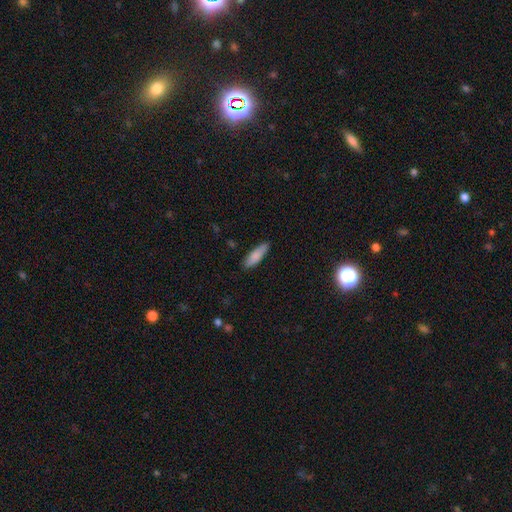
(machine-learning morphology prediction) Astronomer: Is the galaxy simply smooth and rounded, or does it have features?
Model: smooth — 84%.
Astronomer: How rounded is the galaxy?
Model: cigar-shaped — 54% (runner-up: in between, 44%).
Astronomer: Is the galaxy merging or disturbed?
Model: none — 85%.